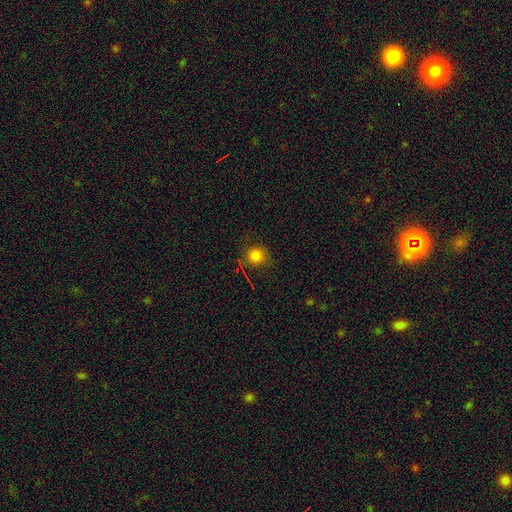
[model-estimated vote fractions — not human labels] Overall: smooth (79%). How rounded: round (90%). Merging: none (82%).